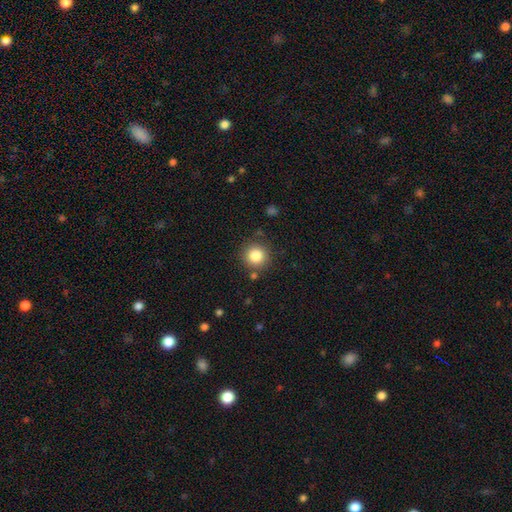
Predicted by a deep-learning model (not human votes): smooth 83%, star or artifact 11%, featured or disk 6%. Down the decision tree: how rounded — round (94%); merging — none (85%).